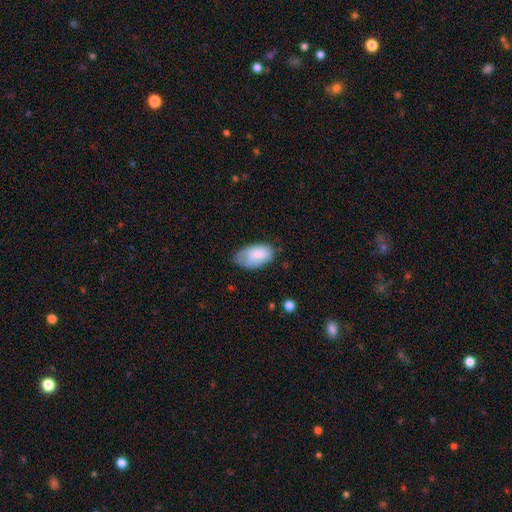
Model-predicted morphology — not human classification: Overall: smooth (80%). How rounded: in between (95%). Merging: none (53%; minor disturbance 35%).